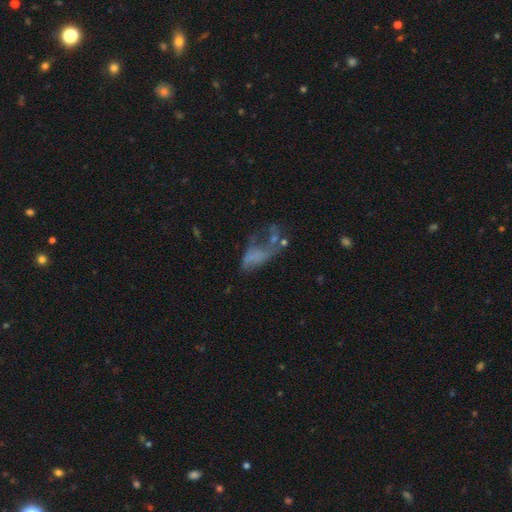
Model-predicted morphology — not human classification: A featured or disk galaxy (47%). Merging: major disturbance (47%).